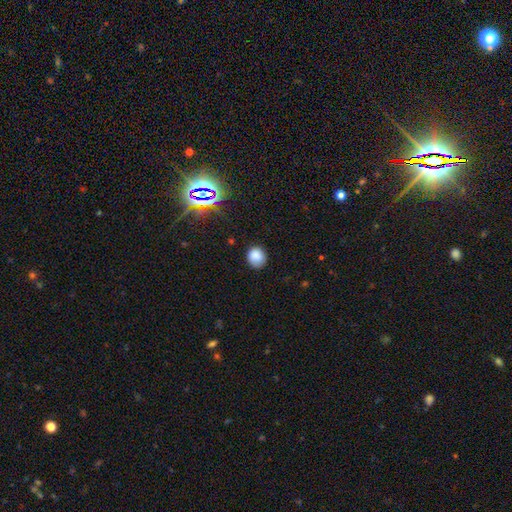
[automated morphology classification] The model was most divided on "how rounded": round: 75%, in between: 24%, cigar-shaped: 1%. More confident: smooth or featured — smooth (83%); merging — none (77%).